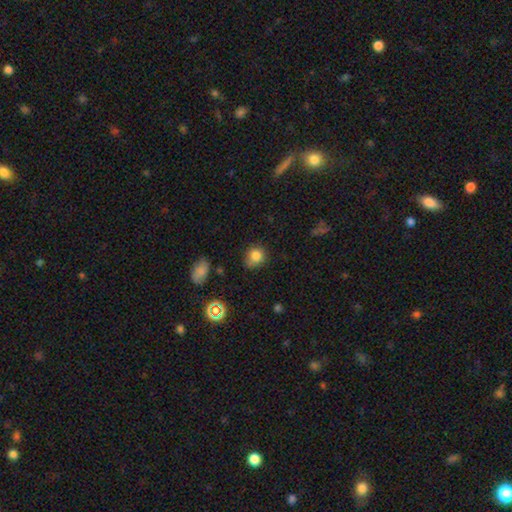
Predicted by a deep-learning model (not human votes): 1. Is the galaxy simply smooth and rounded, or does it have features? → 81% smooth, 13% star or artifact, 6% featured or disk.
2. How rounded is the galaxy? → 78% round, 21% in between, 1% cigar-shaped.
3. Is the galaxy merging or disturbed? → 69% none, 24% minor disturbance, 5% major disturbance, 2% merger.